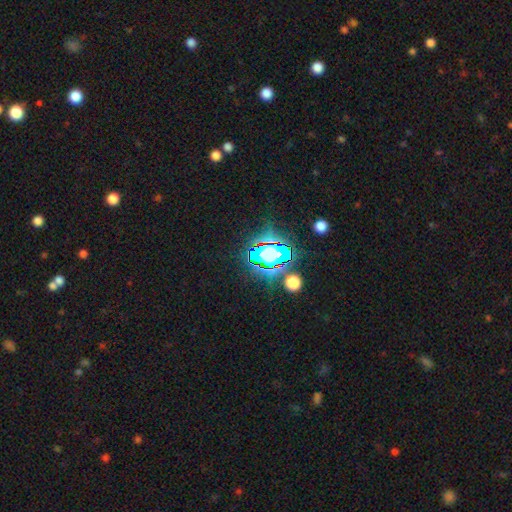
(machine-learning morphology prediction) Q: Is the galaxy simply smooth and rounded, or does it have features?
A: star or artifact — 81%.